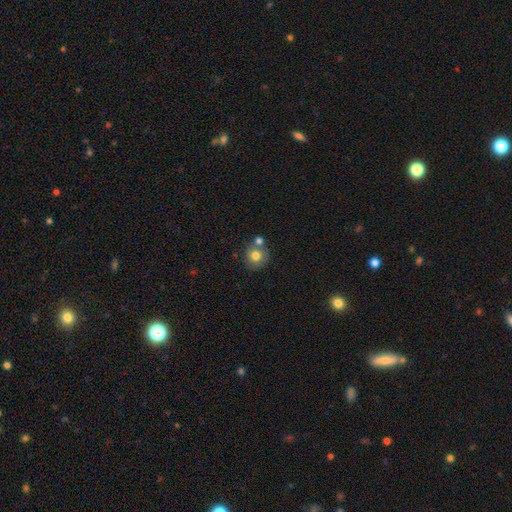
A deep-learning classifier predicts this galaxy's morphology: type=smooth (76%); roundness=round (88%); merging=none (63%).